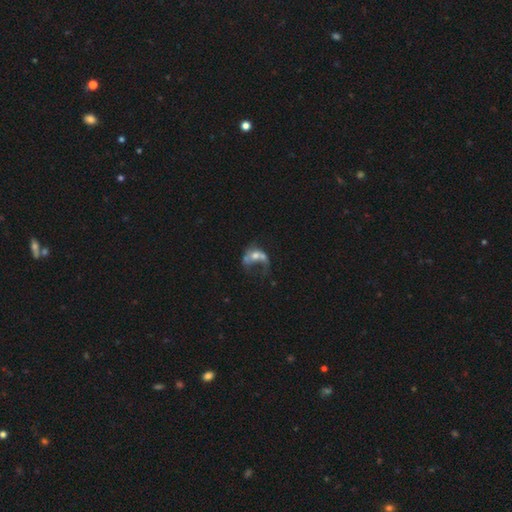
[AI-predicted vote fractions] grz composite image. It shows a featured or disk galaxy (54%) with no bar (80%), no spiral arms (60%) and a moderate central bulge (52%). Merging: major disturbance (41%).